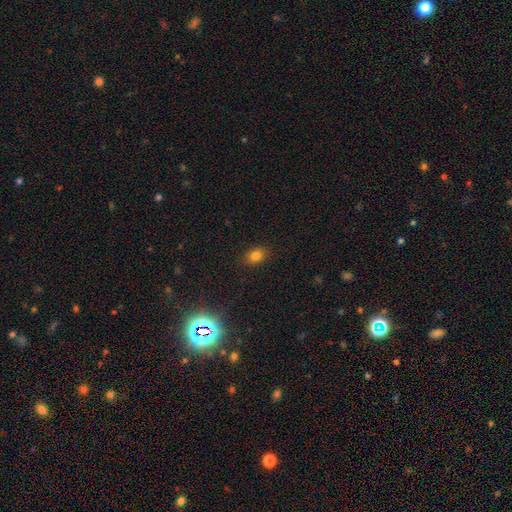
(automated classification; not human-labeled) smooth-or-featured: smooth: 79% | star or artifact: 15% | featured or disk: 7%
  how-rounded: in between: 64% | round: 35% | cigar-shaped: 1%
  merging: none: 87% | minor disturbance: 10% | major disturbance: 3% | merger: 1%